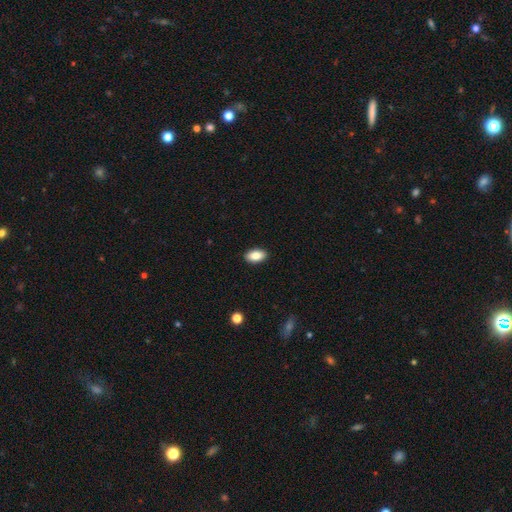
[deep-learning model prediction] Smooth or featured: smooth — 87% (star or artifact — 7%)
How rounded: in between — 93% (round — 4%)
Merging: none — 90% (minor disturbance — 7%)